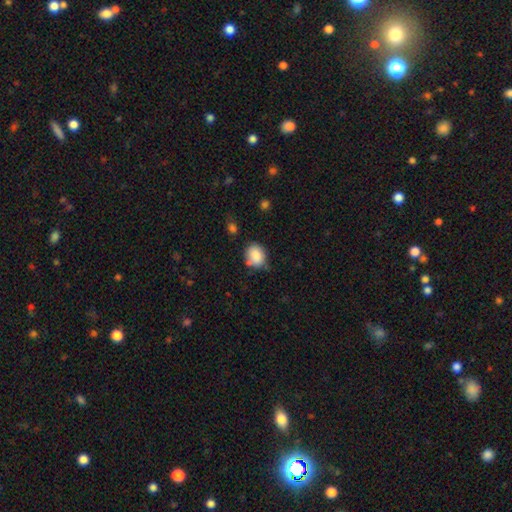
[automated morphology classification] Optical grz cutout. It shows a smooth galaxy with no disk features (83%) that is round (56%). Merging: none (62%).